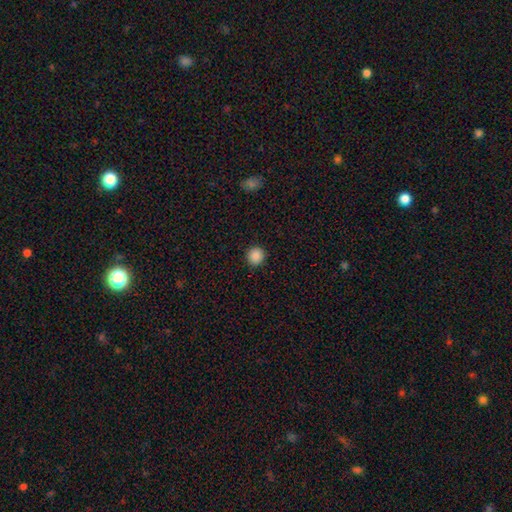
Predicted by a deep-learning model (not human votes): Smooth or featured? Predicted: smooth (p=0.88). How rounded? Predicted: round (p=0.93). Merging? Predicted: none (p=0.92).